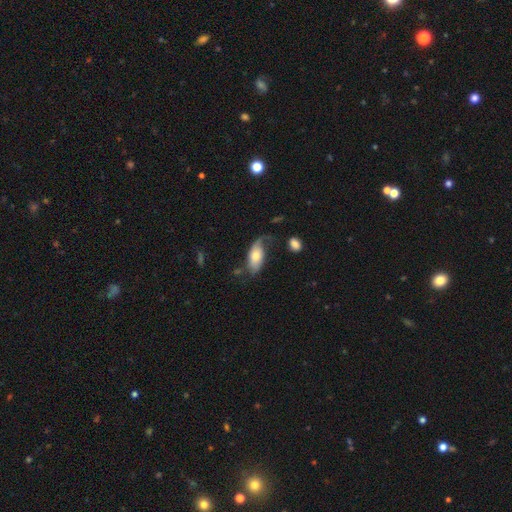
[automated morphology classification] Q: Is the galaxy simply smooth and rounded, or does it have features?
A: smooth — 58%.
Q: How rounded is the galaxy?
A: in between — 91%.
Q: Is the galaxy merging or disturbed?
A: none — 35%.